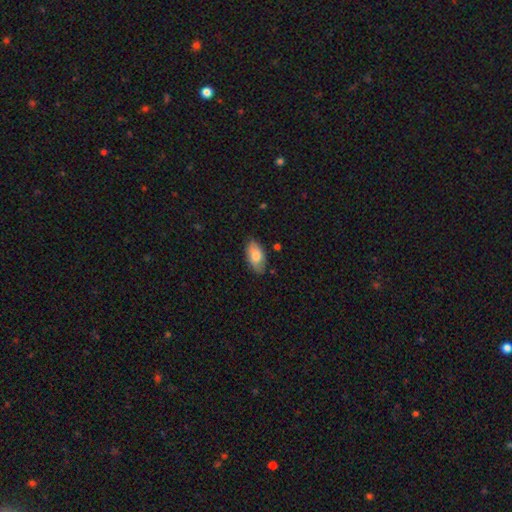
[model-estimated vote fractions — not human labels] Overall: smooth (75%). How rounded: in between (94%). Merging: none (78%).